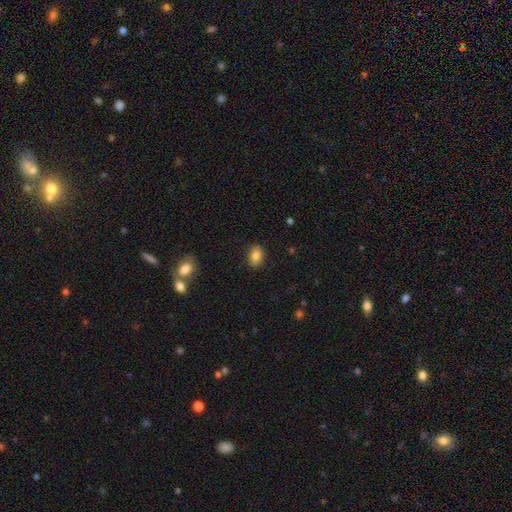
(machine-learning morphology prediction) Overall: smooth (83%). How rounded: in between (83%). Merging: none (86%).